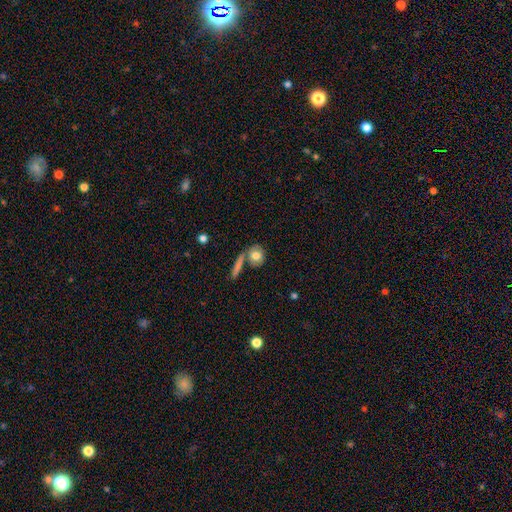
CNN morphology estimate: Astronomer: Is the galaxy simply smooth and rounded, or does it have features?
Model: smooth — 77%.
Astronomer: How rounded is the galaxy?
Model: round — 66%.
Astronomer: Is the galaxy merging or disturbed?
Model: none — 62%.